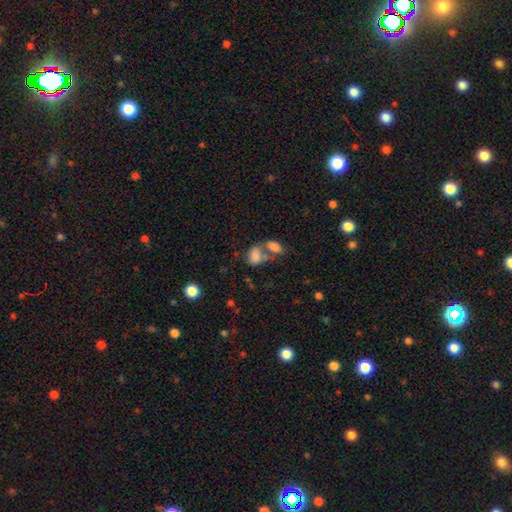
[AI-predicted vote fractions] Morphology: type=smooth (77%); roundness=in between (86%); merging=merger (63%).